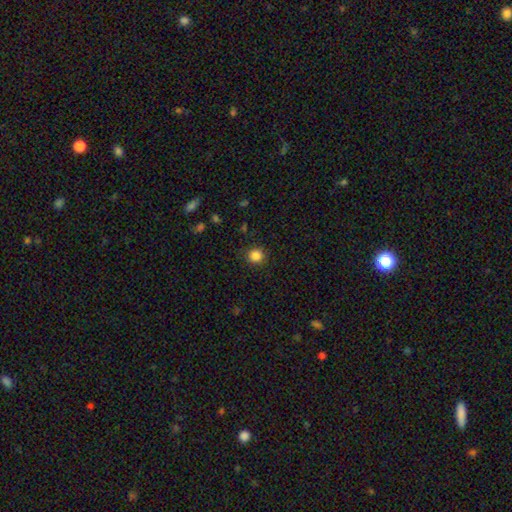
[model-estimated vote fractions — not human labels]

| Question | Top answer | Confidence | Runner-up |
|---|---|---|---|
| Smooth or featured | smooth | 85% | star or artifact (11%) |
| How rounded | round | 92% | in between (7%) |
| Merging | none | 90% | minor disturbance (7%) |